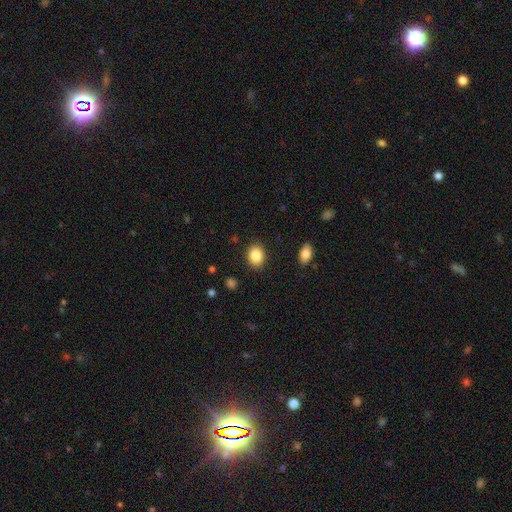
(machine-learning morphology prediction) smooth-or-featured: smooth: 86% | star or artifact: 9% | featured or disk: 6%
  how-rounded: in between: 55% | round: 44% | cigar-shaped: 1%
  merging: none: 88% | minor disturbance: 8% | major disturbance: 2% | merger: 1%